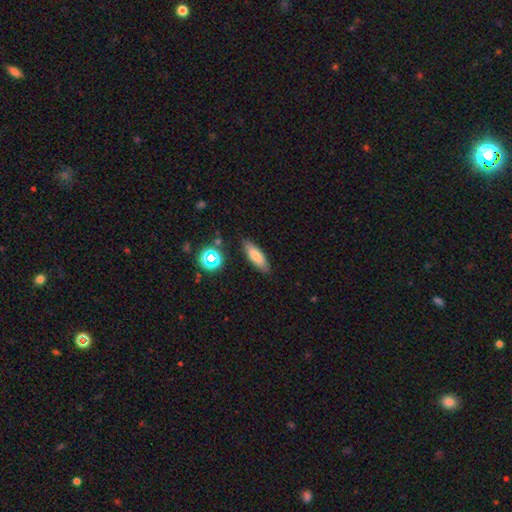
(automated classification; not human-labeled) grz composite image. It shows a smooth galaxy with no disk features (75%) that is in between round and cigar-shaped (55%). Merging: none (83%).